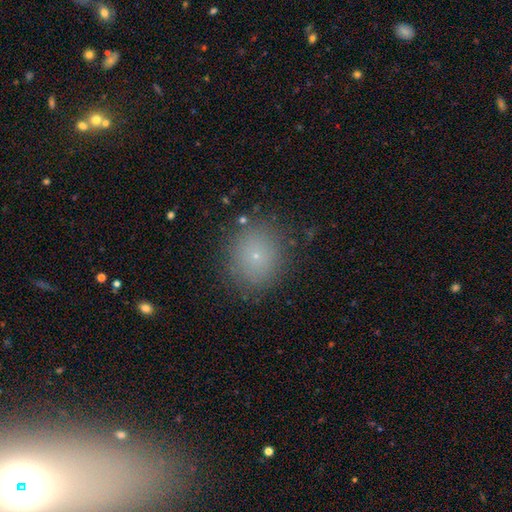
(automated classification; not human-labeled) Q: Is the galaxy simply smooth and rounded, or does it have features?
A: smooth — 73%.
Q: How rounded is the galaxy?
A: round — 77%.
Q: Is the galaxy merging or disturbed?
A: none — 86%.